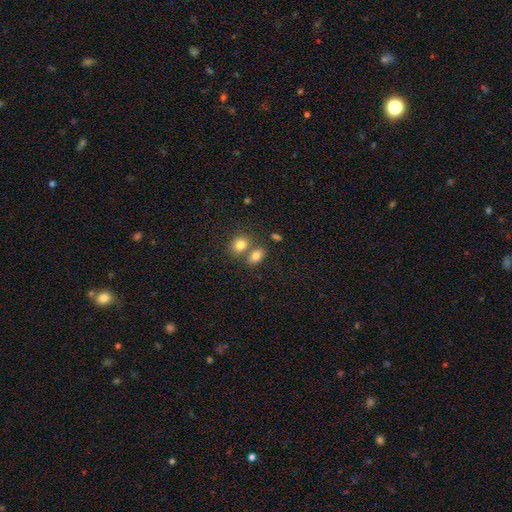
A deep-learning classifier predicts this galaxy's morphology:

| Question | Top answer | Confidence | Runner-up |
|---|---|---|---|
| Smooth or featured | smooth | 80% | star or artifact (10%) |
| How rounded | in between | 75% | round (23%) |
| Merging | none | 46% | merger (41%) |